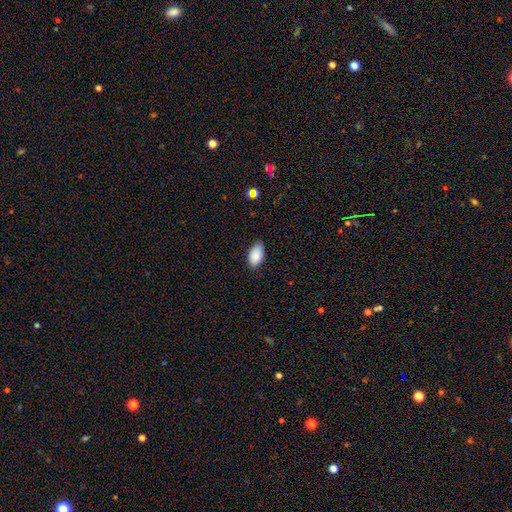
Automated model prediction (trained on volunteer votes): This appears to be a smooth galaxy with no disk features (87%) that is in between round and cigar-shaped (94%). Merging: none (76%).